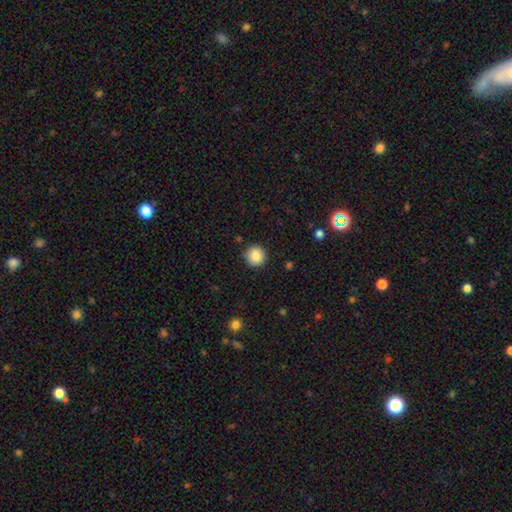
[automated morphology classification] Overall: smooth (88%). How rounded: round (93%). Merging: none (90%).